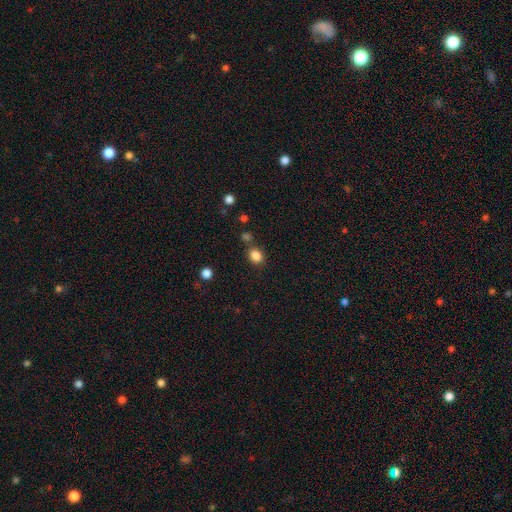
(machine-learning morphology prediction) This appears to be a smooth galaxy with no disk features (84%) that is round (52%). Merging: none (76%).